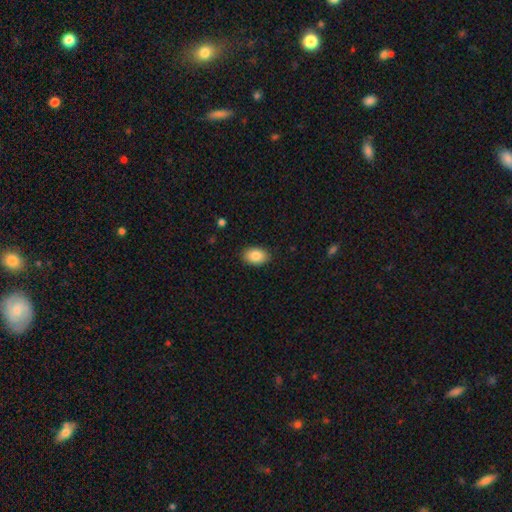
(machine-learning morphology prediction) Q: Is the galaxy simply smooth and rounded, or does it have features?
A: smooth — 86%.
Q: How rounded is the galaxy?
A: in between — 85%.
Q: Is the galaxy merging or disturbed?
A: none — 88%.